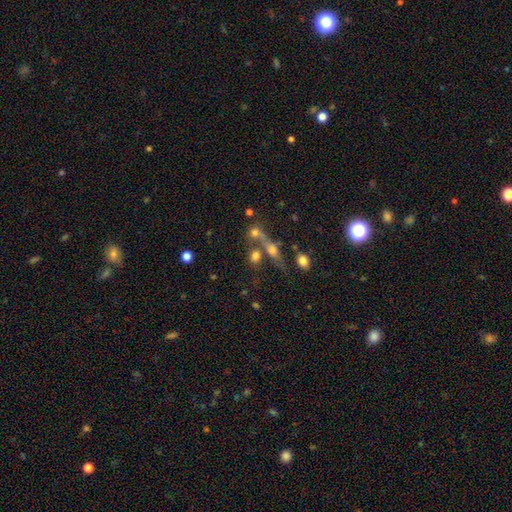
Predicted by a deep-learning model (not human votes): Smooth or featured? Predicted: smooth (p=0.62). How rounded? Predicted: round (p=0.45). Merging? Predicted: none (p=0.44).